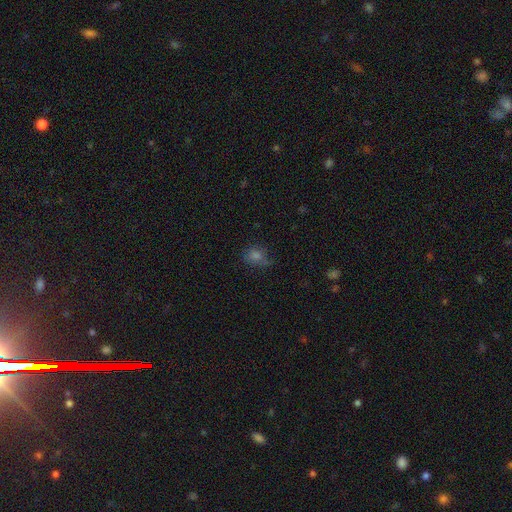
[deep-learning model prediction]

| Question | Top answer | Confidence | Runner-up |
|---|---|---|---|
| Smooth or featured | smooth | 63% | star or artifact (25%) |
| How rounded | round | 62% | in between (36%) |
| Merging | none | 59% | minor disturbance (25%) |